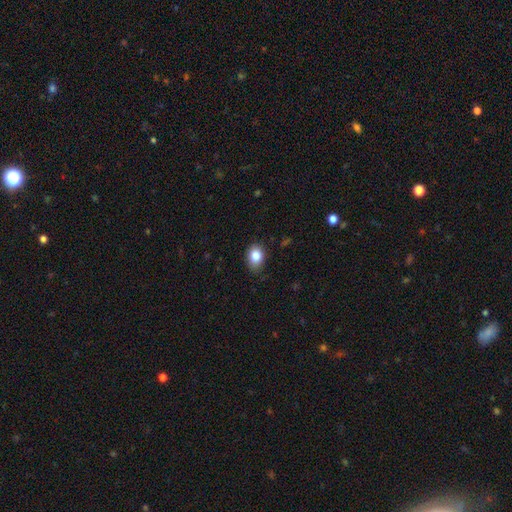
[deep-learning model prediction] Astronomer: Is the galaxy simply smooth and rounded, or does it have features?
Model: smooth — 84%.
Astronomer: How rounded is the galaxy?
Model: in between — 65%.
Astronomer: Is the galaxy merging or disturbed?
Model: none — 80%.